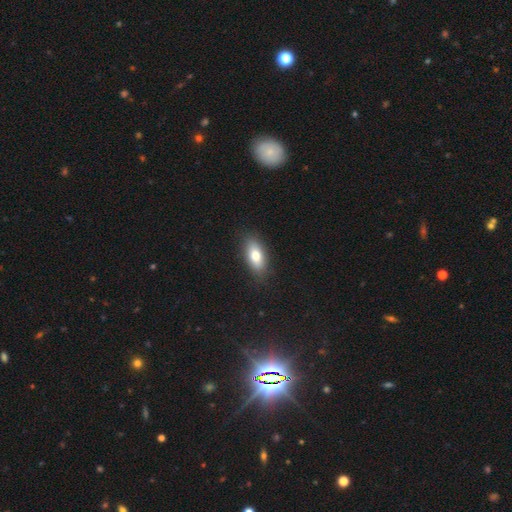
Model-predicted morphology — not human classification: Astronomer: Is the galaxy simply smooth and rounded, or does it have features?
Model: smooth — 76%.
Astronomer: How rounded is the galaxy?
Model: in between — 83%.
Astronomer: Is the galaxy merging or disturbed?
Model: none — 87%.